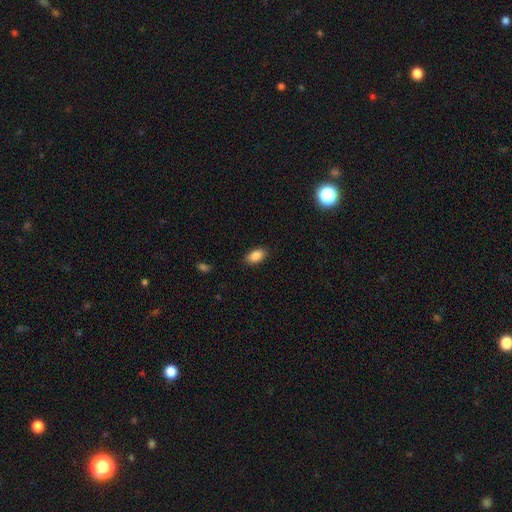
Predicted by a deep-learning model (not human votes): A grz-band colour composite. It shows a smooth galaxy with no disk features (88%) that is in between round and cigar-shaped (92%). Merging: none (87%).